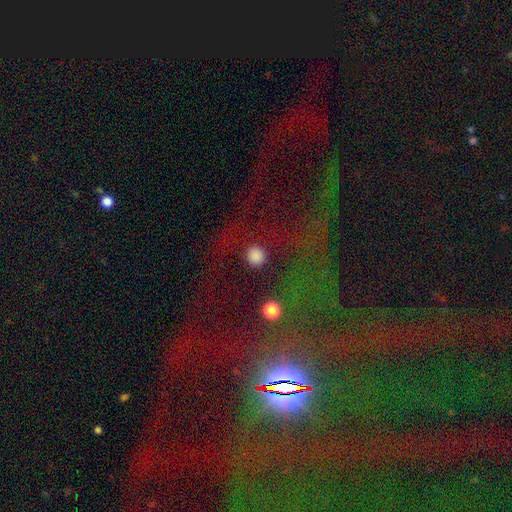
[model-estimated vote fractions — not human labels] A smooth galaxy with no disk features (85%) that is round (94%).

Vote fractions:
- Smooth or featured? smooth: 85% / star or artifact: 11% / featured or disk: 4%
- How rounded? round: 94% / in between: 5% / cigar-shaped: 1%
- Merging? none: 88% / minor disturbance: 6% / major disturbance: 4% / merger: 2%